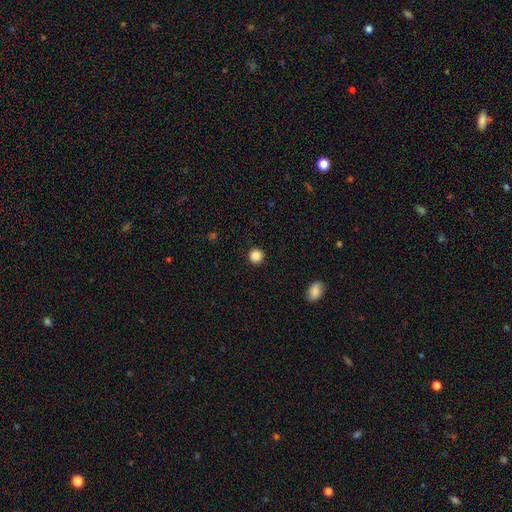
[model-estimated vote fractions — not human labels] smooth 87%, star or artifact 11%, featured or disk 2%. Down the decision tree: how rounded — round (95%); merging — none (92%).